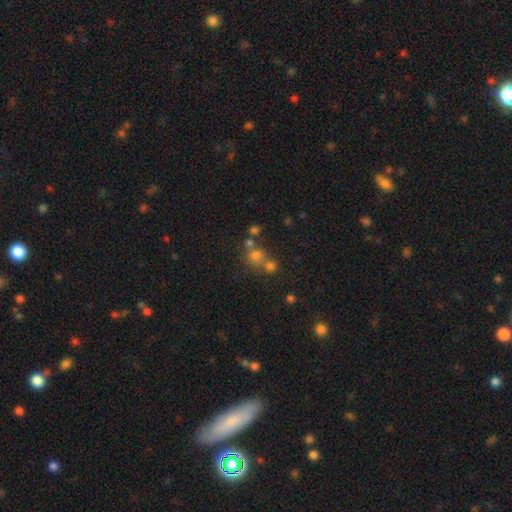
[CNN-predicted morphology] Q: Smooth or featured?
A: smooth (66%); runner-up: star or artifact (22%)
Q: How rounded?
A: round (78%); runner-up: in between (20%)
Q: Merging?
A: none (45%); runner-up: merger (41%)